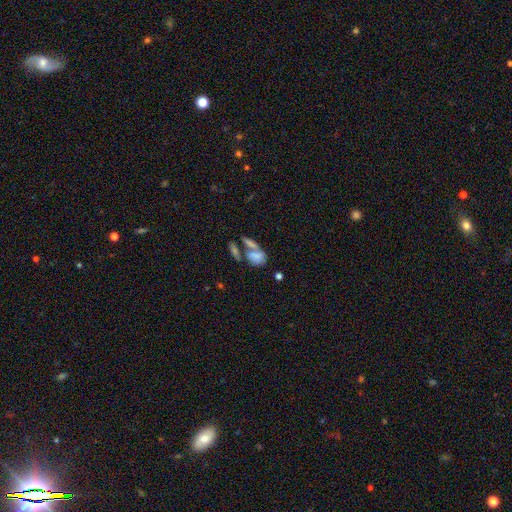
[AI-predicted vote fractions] smooth 72%, featured or disk 19%, star or artifact 9%. Down the decision tree: how rounded — in between (79%); merging — merger (52%).